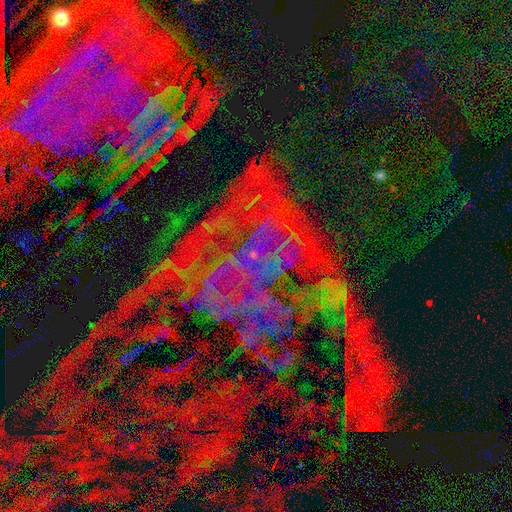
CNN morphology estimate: type=star or artifact (78%).